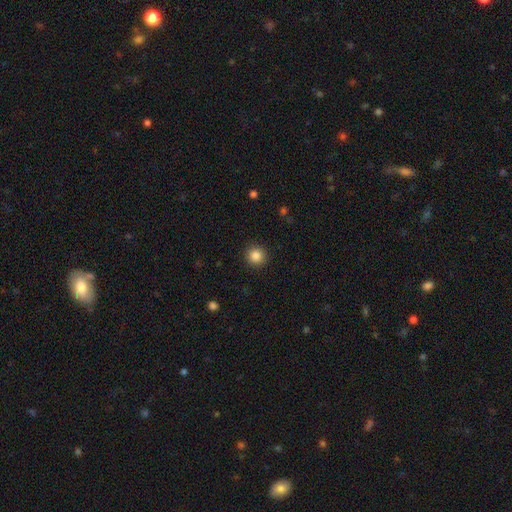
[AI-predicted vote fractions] A smooth galaxy with no disk features (86%) that is round (94%).

Vote fractions:
- Smooth or featured? smooth: 86% / star or artifact: 10% / featured or disk: 4%
- How rounded? round: 94% / in between: 5% / cigar-shaped: 1%
- Merging? none: 92% / minor disturbance: 5% / major disturbance: 2% / merger: 1%